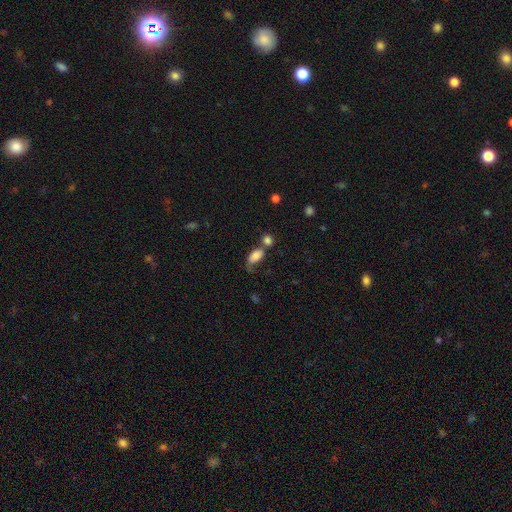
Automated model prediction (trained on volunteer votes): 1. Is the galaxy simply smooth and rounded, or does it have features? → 78% smooth, 13% featured or disk, 9% star or artifact.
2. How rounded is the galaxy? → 87% in between, 8% round, 5% cigar-shaped.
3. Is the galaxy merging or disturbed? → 36% merger, 30% none, 19% minor disturbance, 15% major disturbance.